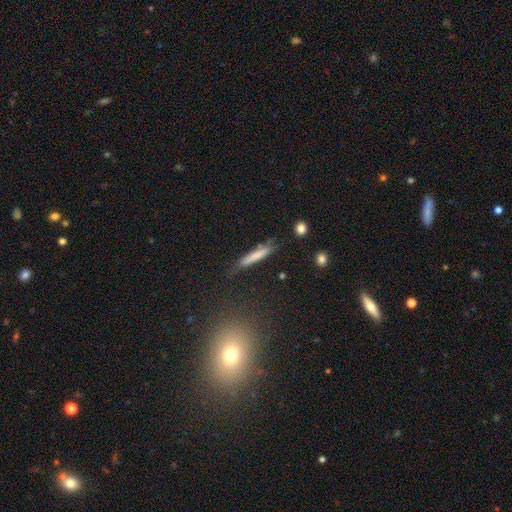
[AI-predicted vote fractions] smooth-or-featured: smooth: 72% | featured or disk: 22% | star or artifact: 7%
  how-rounded: cigar-shaped: 92% | in between: 6% | round: 2%
  merging: none: 72% | minor disturbance: 20% | major disturbance: 5% | merger: 3%